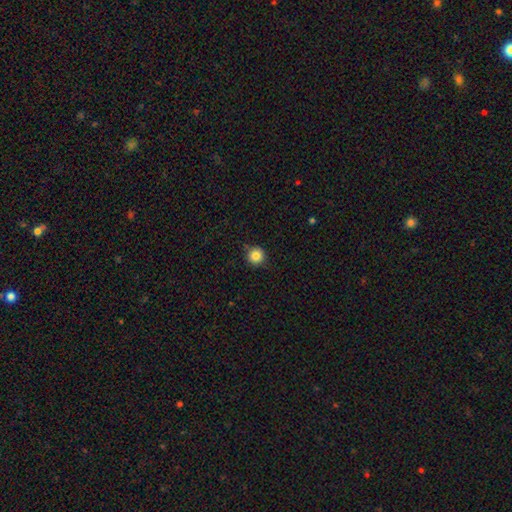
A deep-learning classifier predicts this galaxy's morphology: This appears to be a smooth galaxy with no disk features (83%) that is round (95%). Merging: none (85%).